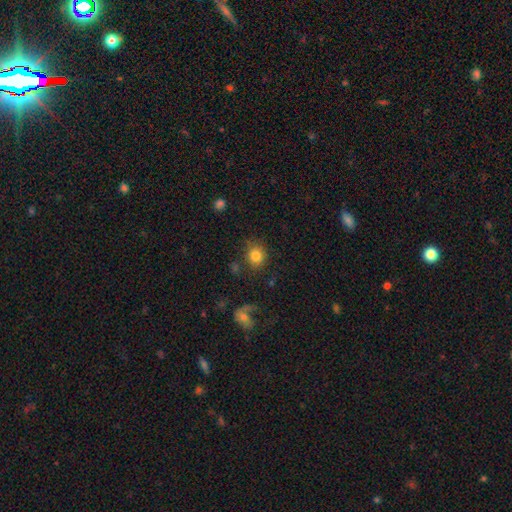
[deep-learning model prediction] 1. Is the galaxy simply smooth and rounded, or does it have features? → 82% smooth, 10% star or artifact, 8% featured or disk.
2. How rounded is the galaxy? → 79% round, 20% in between, 1% cigar-shaped.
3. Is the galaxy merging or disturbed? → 76% none, 14% minor disturbance, 6% major disturbance, 5% merger.